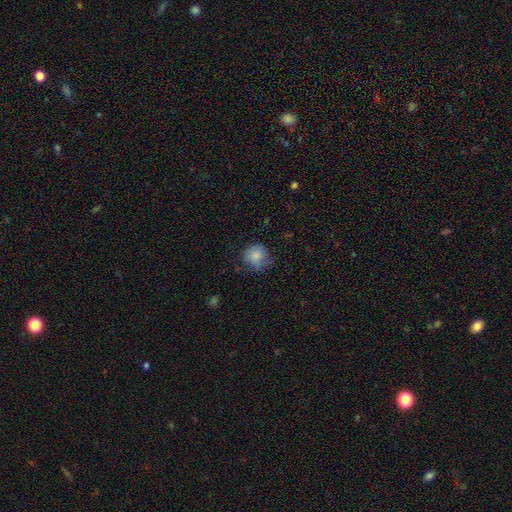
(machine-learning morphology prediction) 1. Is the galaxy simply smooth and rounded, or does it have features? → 79% smooth, 13% featured or disk, 8% star or artifact.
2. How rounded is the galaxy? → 83% round, 16% in between, 1% cigar-shaped.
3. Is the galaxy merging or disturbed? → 57% none, 30% minor disturbance, 12% major disturbance, 1% merger.